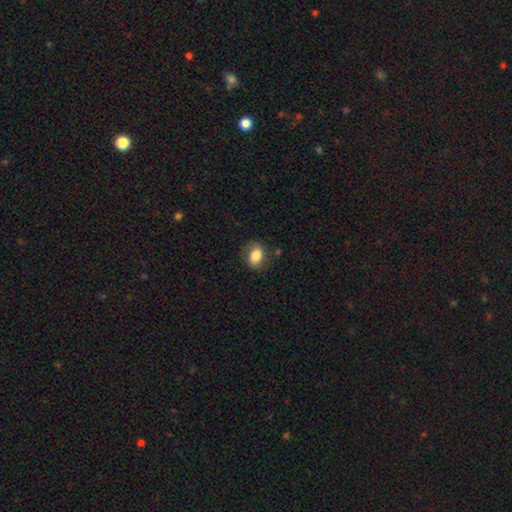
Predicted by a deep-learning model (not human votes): This is likely a smooth galaxy (78%). How rounded: likely in between (66%). Merging: likely none (76%).